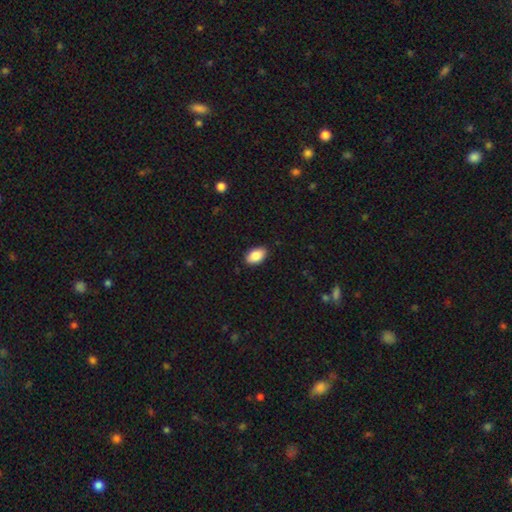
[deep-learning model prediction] smooth 87%, star or artifact 7%, featured or disk 6%. Down the decision tree: how rounded — in between (93%); merging — none (88%).